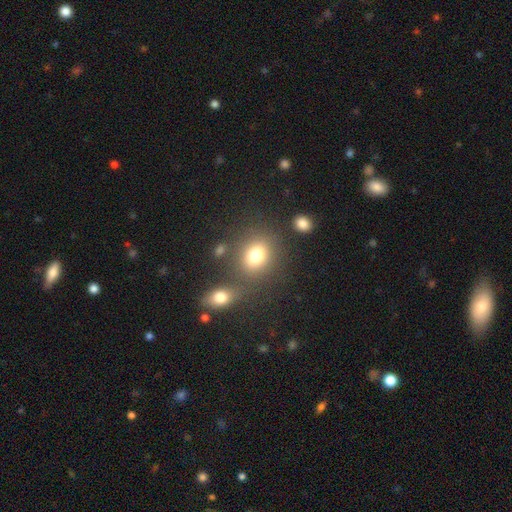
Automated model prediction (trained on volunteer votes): The model was most divided on "how rounded": round: 60%, in between: 39%, cigar-shaped: 1%. More confident: smooth or featured — smooth (77%); merging — none (68%).